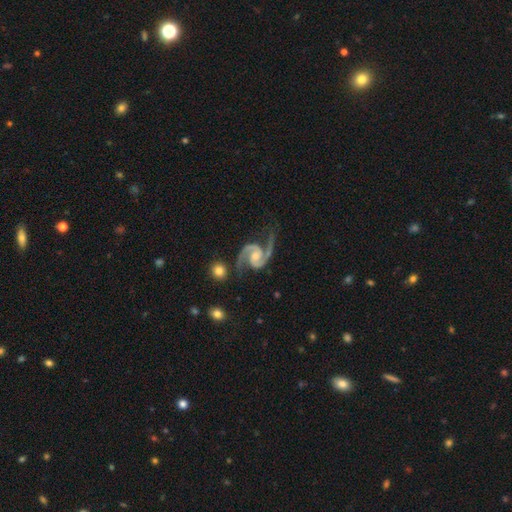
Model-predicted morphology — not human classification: Smooth or featured?
  - featured or disk: 94% *
  - star or artifact: 4%
  - smooth: 2%
Edge-on disk?
  - no: 98% *
  - yes: 2%
Bar?
  - no: 51% *
  - weak: 37%
  - strong: 11%
Spiral arms?
  - yes: 99% *
  - no: 1%
Spiral winding?
  - medium: 64% *
  - tight: 19%
  - loose: 17%
Spiral arm count?
  - 2: 94% *
  - 3: 1%
  - can't tell: 1%
  - 1: 1%
  - 4: 1%
  - more than 4: 1%
Bulge size?
  - moderate: 46% *
  - small: 37%
  - none: 10%
  - large: 5%
  - dominant: 1%
Merging?
  - none: 69% *
  - minor disturbance: 18%
  - major disturbance: 8%
  - merger: 4%